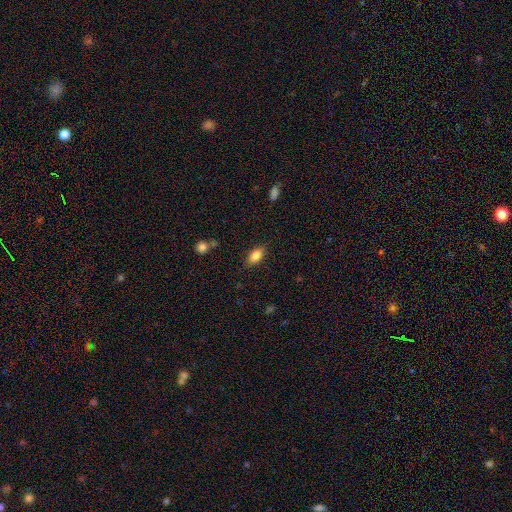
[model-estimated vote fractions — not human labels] This is clearly a smooth galaxy (85%). How rounded: clearly in between (89%). Merging: clearly none (83%).